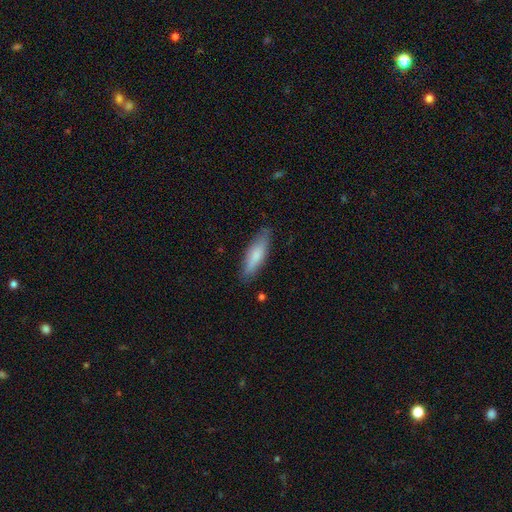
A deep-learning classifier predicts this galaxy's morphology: Q: Smooth or featured?
A: smooth (75%); runner-up: featured or disk (19%)
Q: How rounded?
A: cigar-shaped (62%); runner-up: in between (36%)
Q: Merging?
A: none (83%); runner-up: minor disturbance (14%)